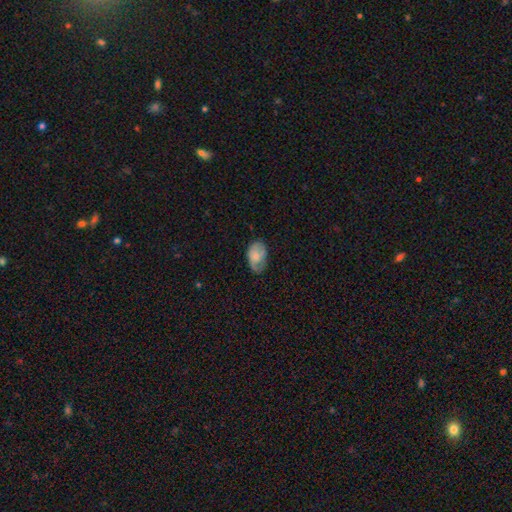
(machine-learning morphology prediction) smooth 58%, featured or disk 35%, star or artifact 7%. Down the decision tree: how rounded — in between (90%); merging — none (55%).